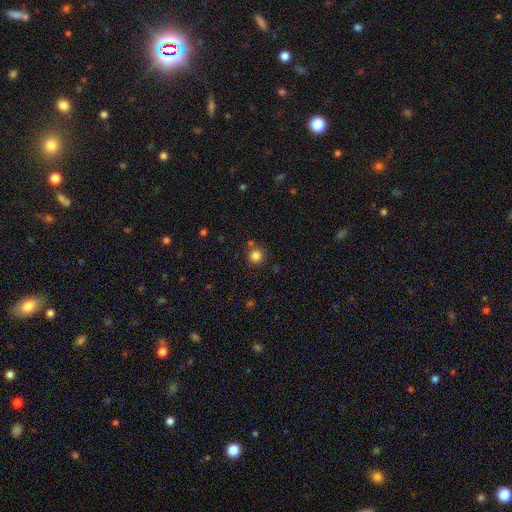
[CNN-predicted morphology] This appears to be a smooth galaxy with no disk features (83%) that is round (94%). Merging: none (83%).